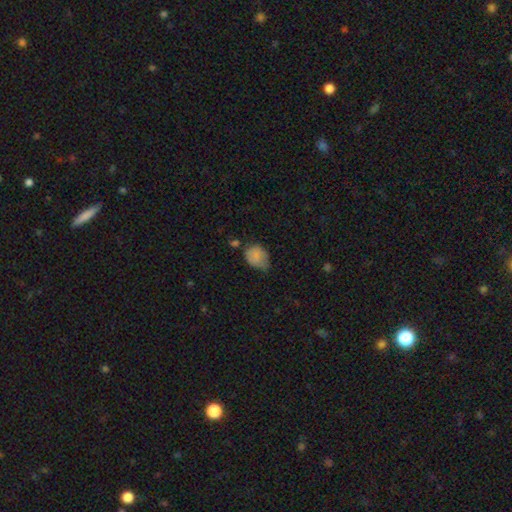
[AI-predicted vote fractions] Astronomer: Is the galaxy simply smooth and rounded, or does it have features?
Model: smooth — 80%.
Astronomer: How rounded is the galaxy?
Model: in between — 59% (runner-up: round, 40%).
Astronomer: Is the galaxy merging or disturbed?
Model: minor disturbance — 47% (runner-up: none, 35%).